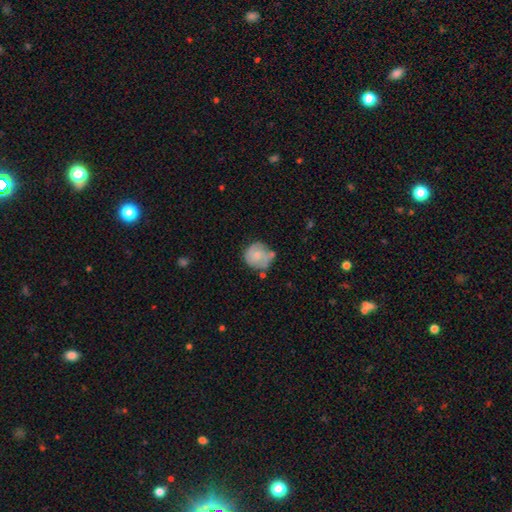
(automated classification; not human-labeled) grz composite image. It shows a smooth galaxy with no disk features (58%) that is round (87%). Merging: none (54%).